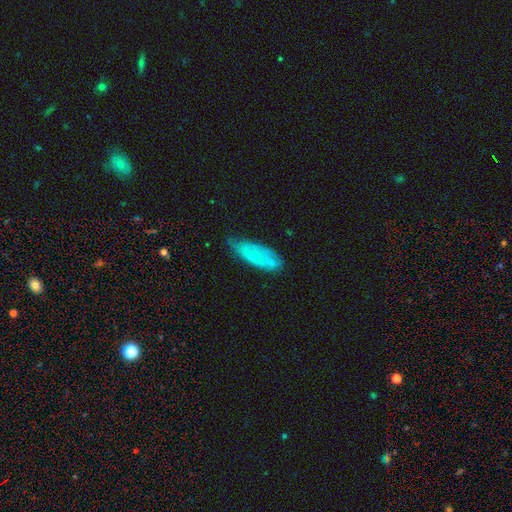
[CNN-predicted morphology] Smooth or featured? smooth (48%)
Merging? none (53%)